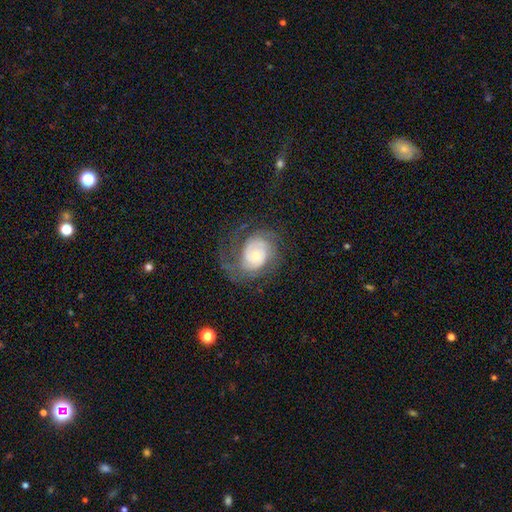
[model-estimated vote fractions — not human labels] Morphology: type=featured or disk (75%); edge-on=no (97%); bar=no (74%); spiral arms=yes (88%); winding=tight (50%); arm count=2 (39%); bulge=small (48%); merging=none (53%).